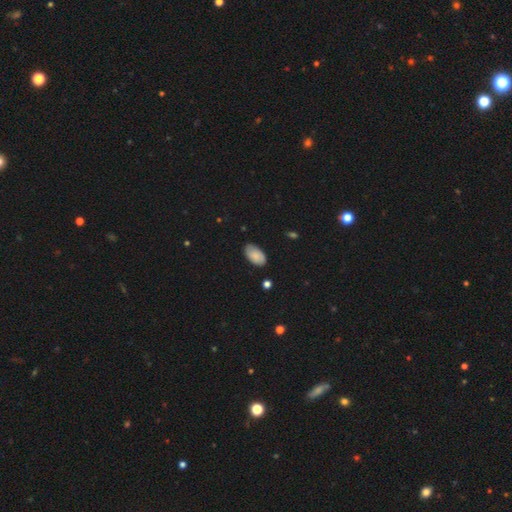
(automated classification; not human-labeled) Smooth or featured?
  - smooth: 84% *
  - featured or disk: 9%
  - star or artifact: 7%
How rounded?
  - in between: 95% *
  - round: 3%
  - cigar-shaped: 2%
Merging?
  - none: 79% *
  - minor disturbance: 17%
  - major disturbance: 3%
  - merger: 1%